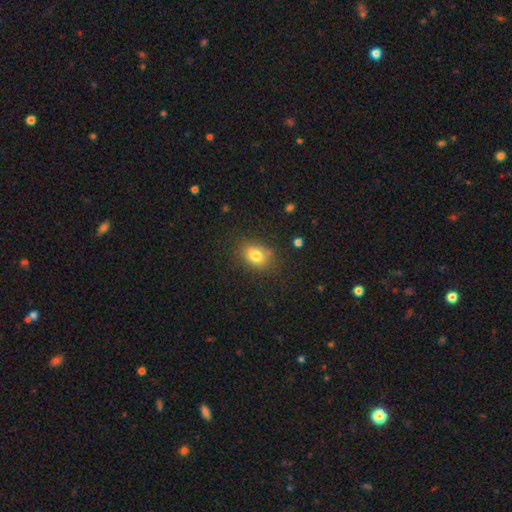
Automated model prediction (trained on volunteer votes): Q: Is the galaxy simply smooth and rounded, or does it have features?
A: smooth — 79%.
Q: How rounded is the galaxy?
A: in between — 69%.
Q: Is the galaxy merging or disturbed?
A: none — 76%.